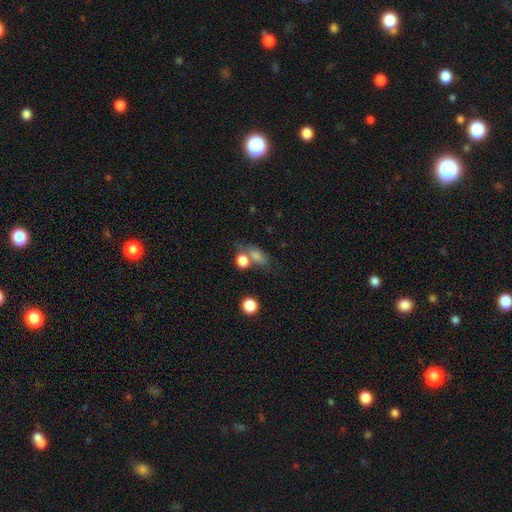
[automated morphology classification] Smooth or featured? smooth (70%)
How rounded? in between (70%)
Merging? none (45%)